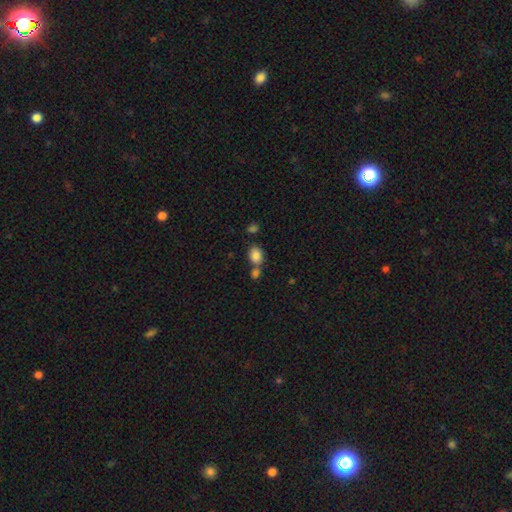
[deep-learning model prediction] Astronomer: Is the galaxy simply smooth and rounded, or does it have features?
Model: smooth — 85%.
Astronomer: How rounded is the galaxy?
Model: in between — 67%.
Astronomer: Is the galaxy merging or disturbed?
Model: none — 52% (runner-up: merger, 33%).